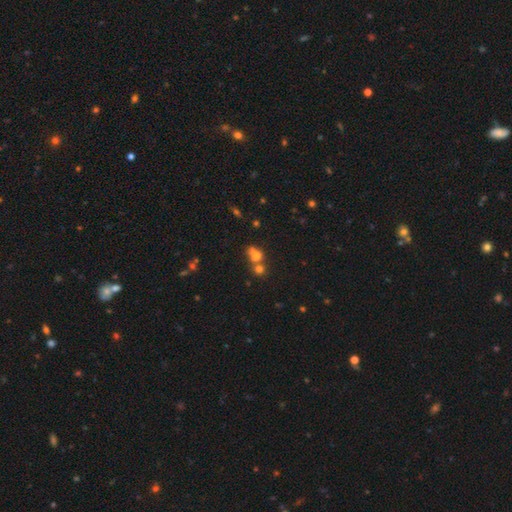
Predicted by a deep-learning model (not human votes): Morphology: type=smooth (67%); roundness=round (51%); merging=merger (51%).